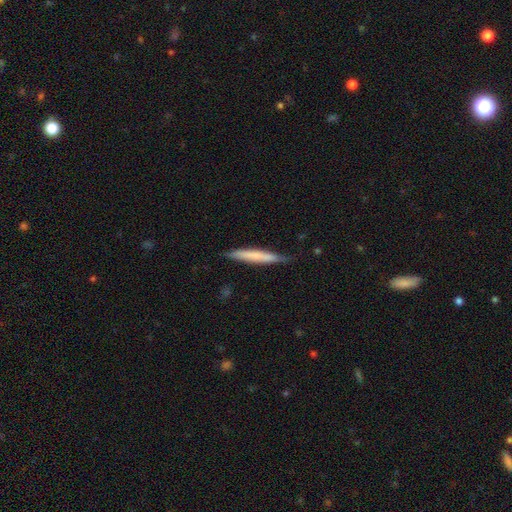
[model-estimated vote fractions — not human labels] The model was most divided on "smooth or featured": smooth: 63%, featured or disk: 32%, star or artifact: 6%. More confident: how rounded — cigar-shaped (95%); merging — none (78%).